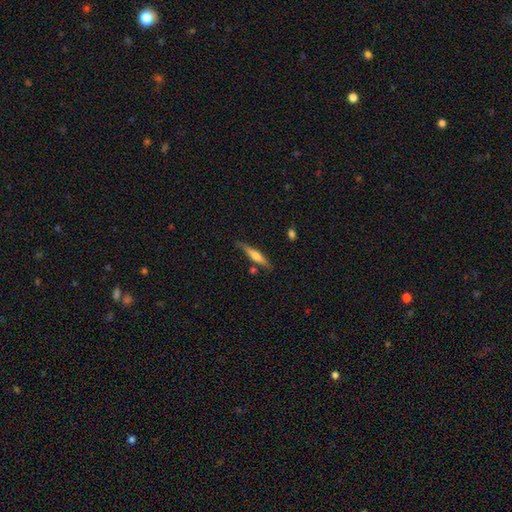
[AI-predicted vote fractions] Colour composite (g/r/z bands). It shows a featured or disk galaxy (50%). Merging: none (76%).